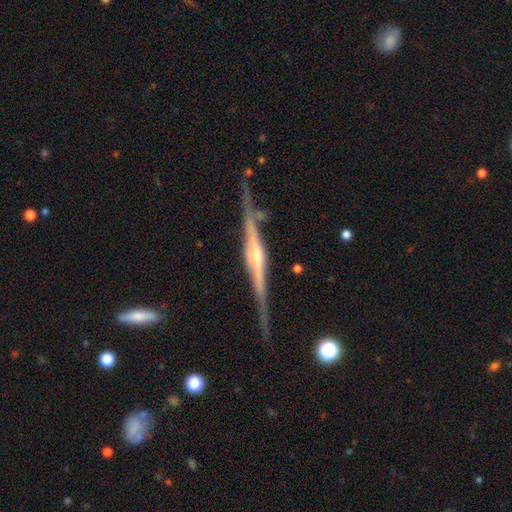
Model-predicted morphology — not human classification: Smooth or featured? Predicted: featured or disk (p=0.87). Edge-on disk? Predicted: yes (p=0.98). Edge-on bulge? Predicted: rounded (p=0.68). Merging? Predicted: none (p=0.78).